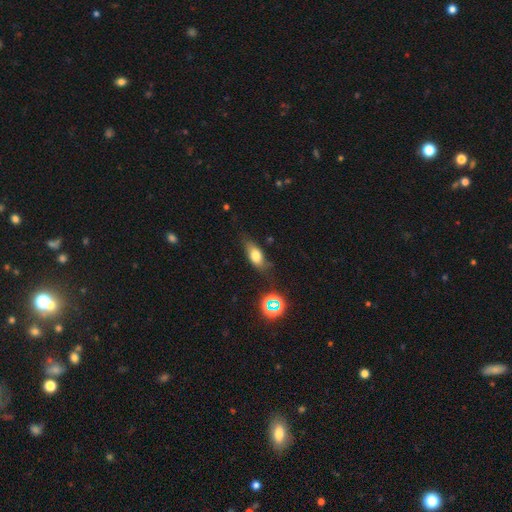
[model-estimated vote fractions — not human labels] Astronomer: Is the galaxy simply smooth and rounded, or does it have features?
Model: smooth — 66%.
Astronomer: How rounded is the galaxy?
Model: in between — 74%.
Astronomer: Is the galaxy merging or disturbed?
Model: none — 64%.